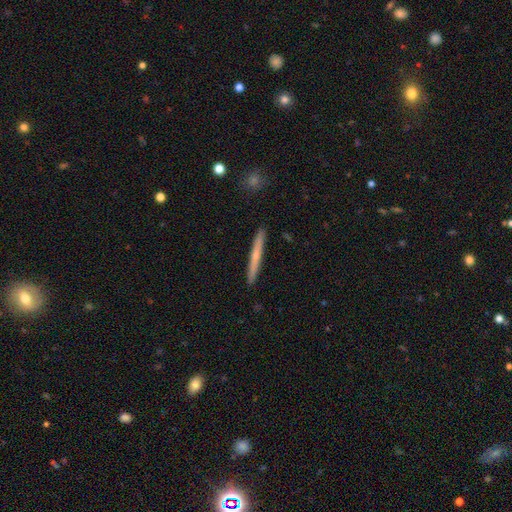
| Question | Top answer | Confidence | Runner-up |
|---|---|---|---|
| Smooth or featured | featured or disk | 63% | smooth (34%) |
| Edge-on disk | yes | 100% | — |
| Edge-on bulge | rounded | 54% | none (46%) |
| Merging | none | 97% | merger (3%) |